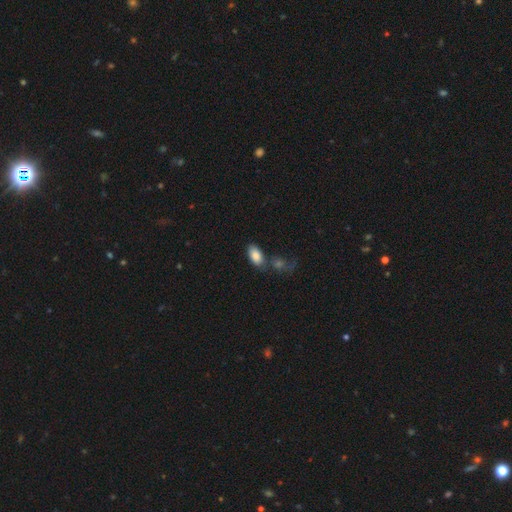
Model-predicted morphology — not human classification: Smooth or featured: smooth — 85% (featured or disk — 8%)
How rounded: in between — 93% (round — 4%)
Merging: none — 56% (merger — 23%)